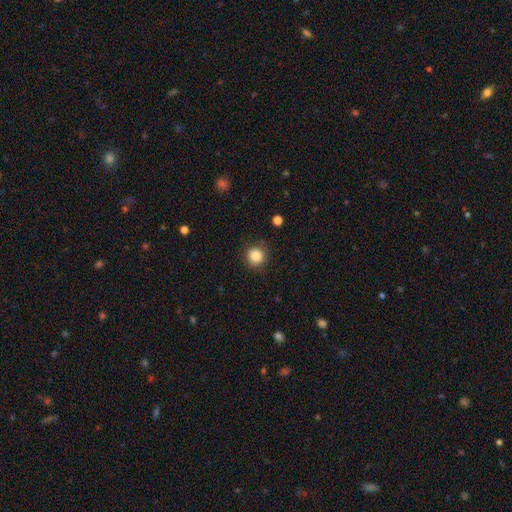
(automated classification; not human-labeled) A smooth galaxy with no disk features (86%) that is round (92%). Merging: none (87%).